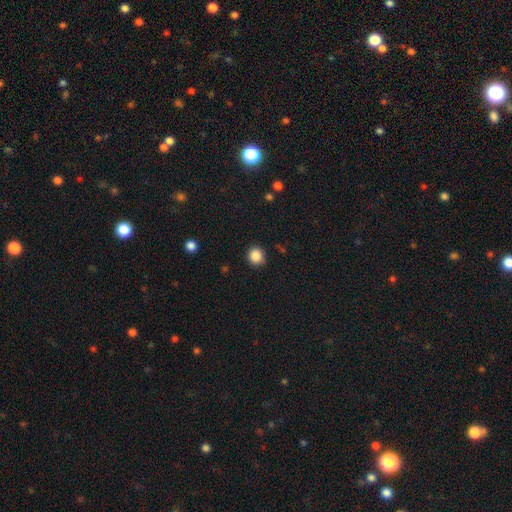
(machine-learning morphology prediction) type=smooth (87%); roundness=round (87%); merging=none (87%).